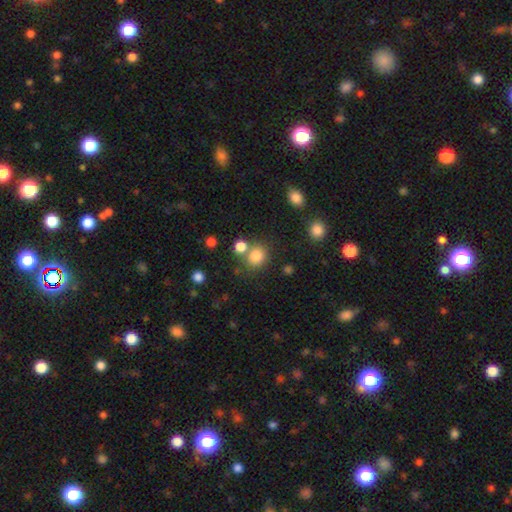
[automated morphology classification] Smooth or featured?
  - smooth: 81% *
  - star or artifact: 13%
  - featured or disk: 6%
How rounded?
  - round: 78% *
  - in between: 21%
  - cigar-shaped: 1%
Merging?
  - none: 65% *
  - merger: 22%
  - minor disturbance: 10%
  - major disturbance: 4%